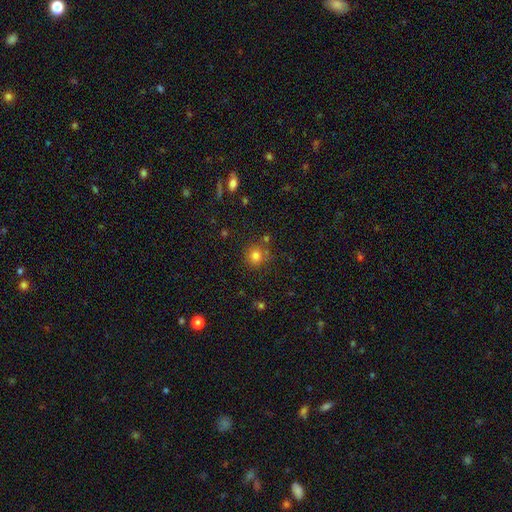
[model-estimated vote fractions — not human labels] Smooth or featured? smooth (79%)
How rounded? round (90%)
Merging? none (78%)